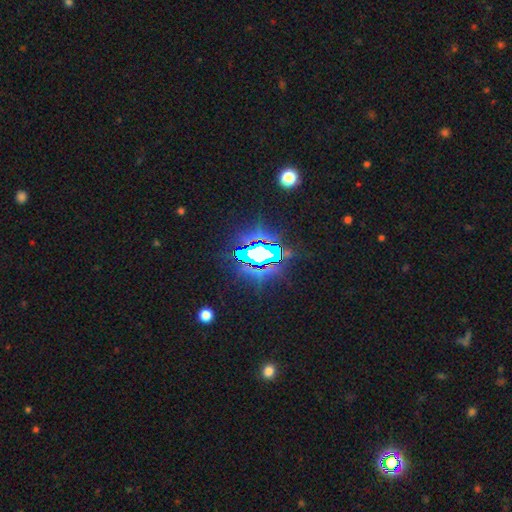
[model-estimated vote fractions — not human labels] Overall: star or artifact (72%).